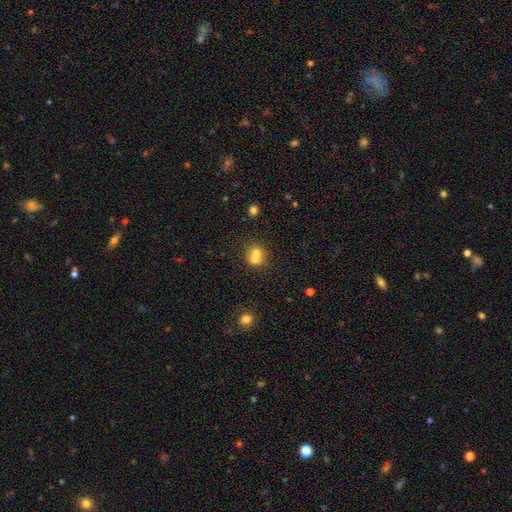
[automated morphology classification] Smooth or featured? Predicted: smooth (p=0.69). How rounded? Predicted: round (p=0.76). Merging? Predicted: merger (p=0.62).